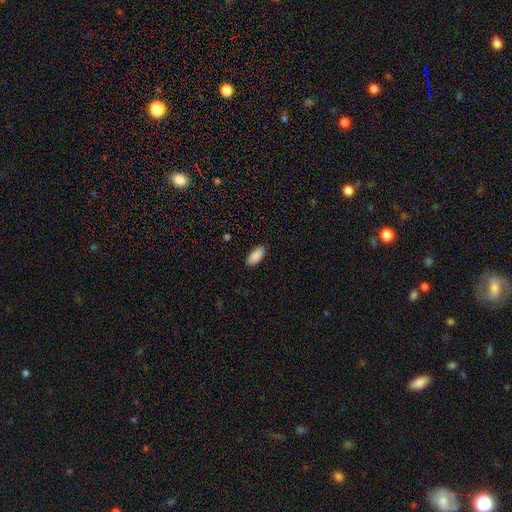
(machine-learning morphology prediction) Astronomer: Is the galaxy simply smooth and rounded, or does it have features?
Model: smooth — 90%.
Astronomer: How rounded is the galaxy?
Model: in between — 92%.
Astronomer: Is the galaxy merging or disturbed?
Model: none — 88%.